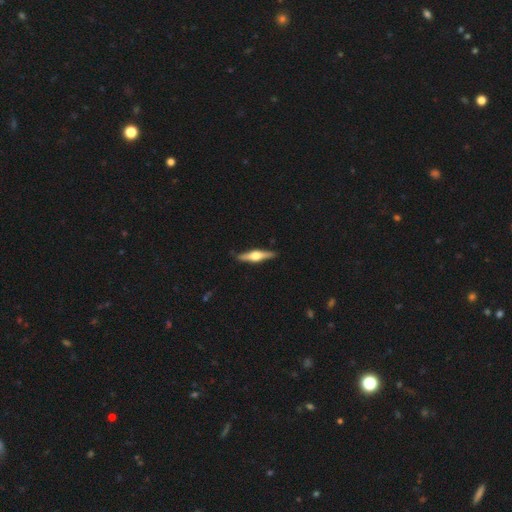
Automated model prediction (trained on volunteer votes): featured or disk 69%, smooth 26%, star or artifact 5%. Down the decision tree: edge-on disk — yes (97%); edge-on bulge — rounded (93%); merging — none (88%).